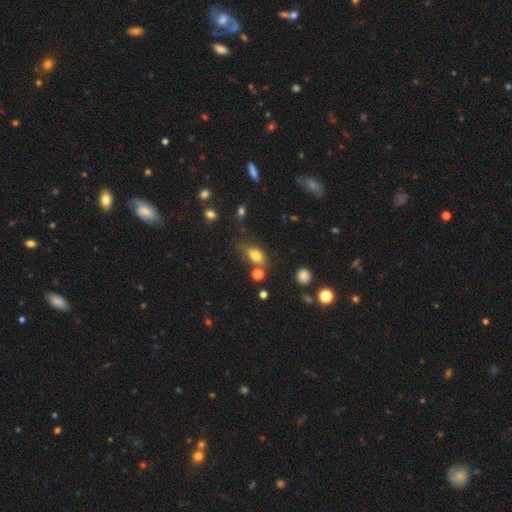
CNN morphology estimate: type=smooth (78%); roundness=in between (83%); merging=none (57%).